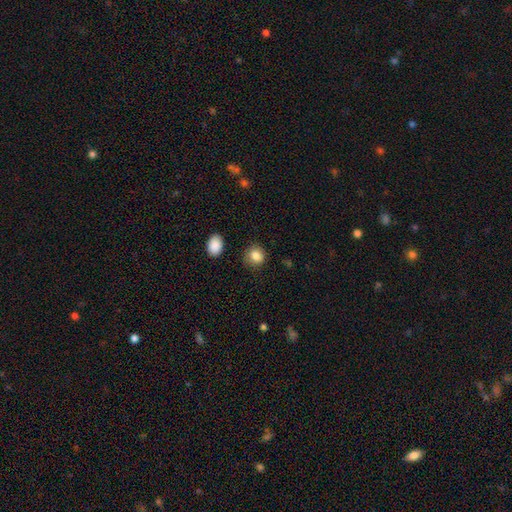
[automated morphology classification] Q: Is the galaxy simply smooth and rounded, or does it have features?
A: smooth — 85%.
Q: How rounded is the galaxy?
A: round — 78%.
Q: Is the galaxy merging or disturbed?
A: none — 80%.